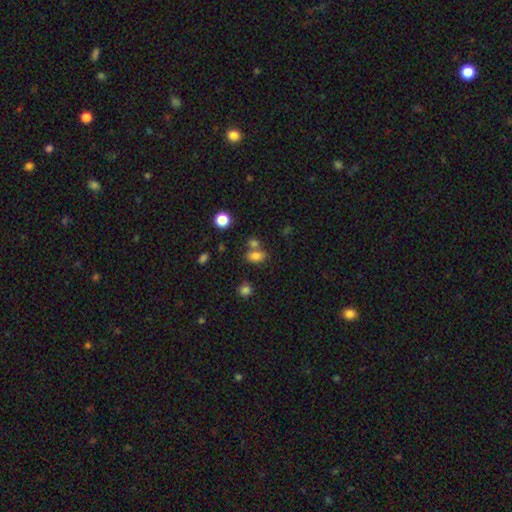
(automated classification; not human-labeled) A smooth galaxy with no disk features (78%) that is in between round and cigar-shaped (80%). Merging: none (51%).